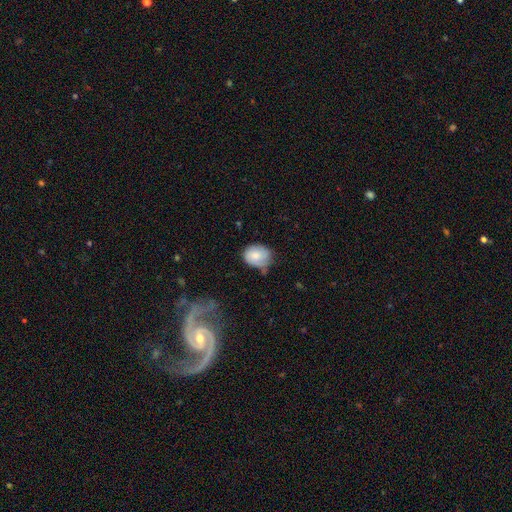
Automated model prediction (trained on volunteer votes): Smooth or featured? Predicted: smooth (p=0.72). How rounded? Predicted: round (p=0.56). Merging? Predicted: none (p=0.48).